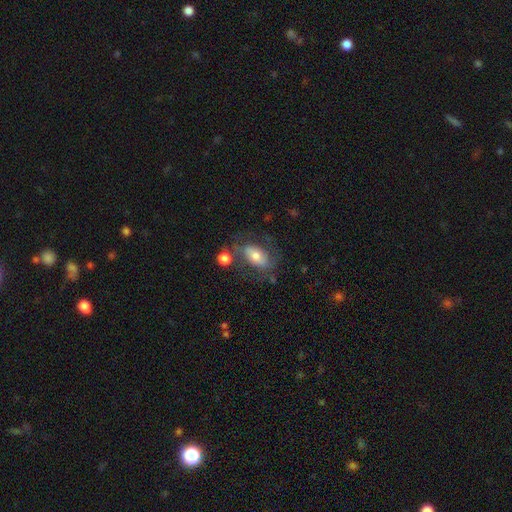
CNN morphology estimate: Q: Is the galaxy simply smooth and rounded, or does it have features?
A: smooth — 55%.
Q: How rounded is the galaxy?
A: in between — 86%.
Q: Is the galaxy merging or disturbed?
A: none — 54%.